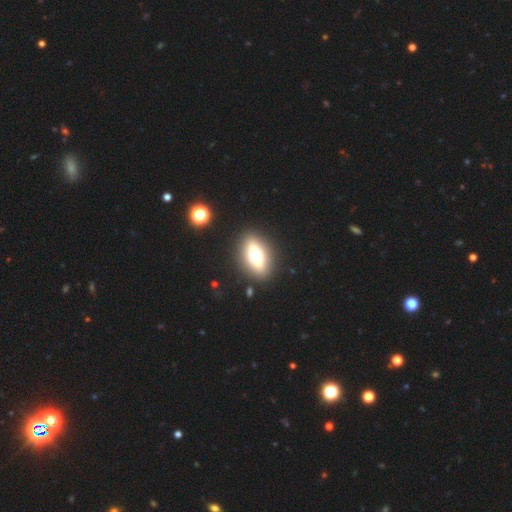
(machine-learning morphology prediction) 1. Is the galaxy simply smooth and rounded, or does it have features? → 53% smooth, 36% featured or disk, 11% star or artifact.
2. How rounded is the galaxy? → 73% in between, 17% cigar-shaped, 10% round.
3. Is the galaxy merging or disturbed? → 88% none, 7% minor disturbance, 3% major disturbance, 2% merger.